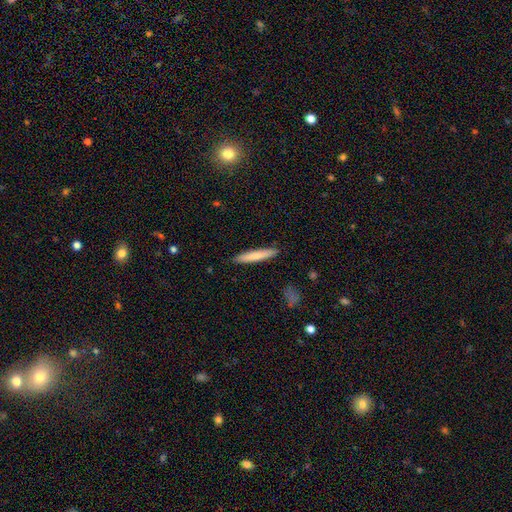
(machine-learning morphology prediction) Smooth or featured?
  - smooth: 72% *
  - featured or disk: 23%
  - star or artifact: 5%
How rounded?
  - cigar-shaped: 93% *
  - in between: 6%
  - round: 1%
Merging?
  - none: 90% *
  - minor disturbance: 7%
  - major disturbance: 2%
  - merger: 1%